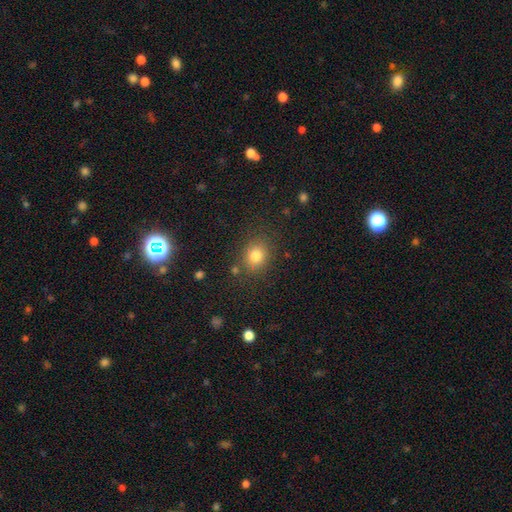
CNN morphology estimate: Smooth or featured: smooth — 80% (star or artifact — 13%)
How rounded: round — 62% (in between — 37%)
Merging: none — 81% (minor disturbance — 11%)